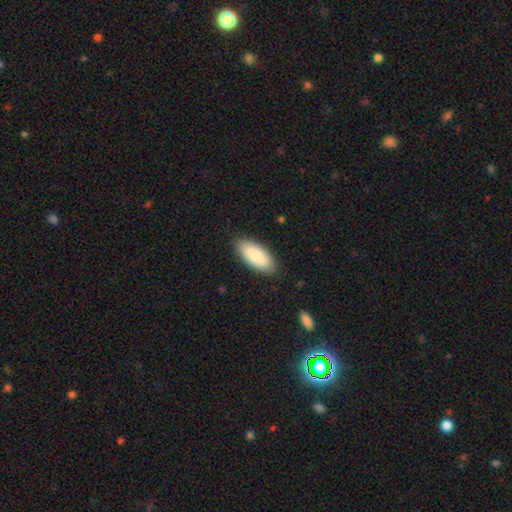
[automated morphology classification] This appears to be a smooth galaxy with no disk features (88%) that is in between round and cigar-shaped (86%). Merging: none (87%).